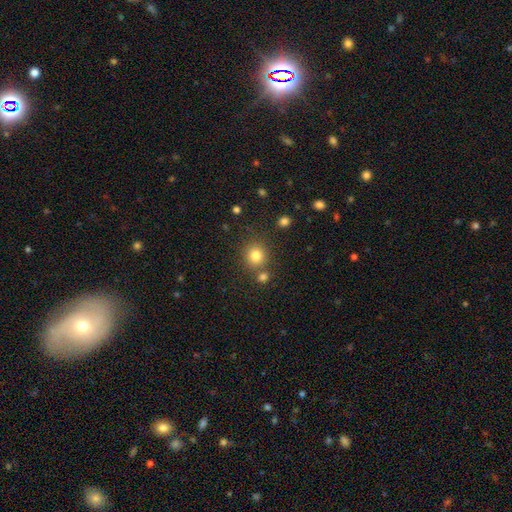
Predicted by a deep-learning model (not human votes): Q: Smooth or featured?
A: smooth (80%); runner-up: star or artifact (13%)
Q: How rounded?
A: round (87%); runner-up: in between (13%)
Q: Merging?
A: none (75%); runner-up: merger (13%)